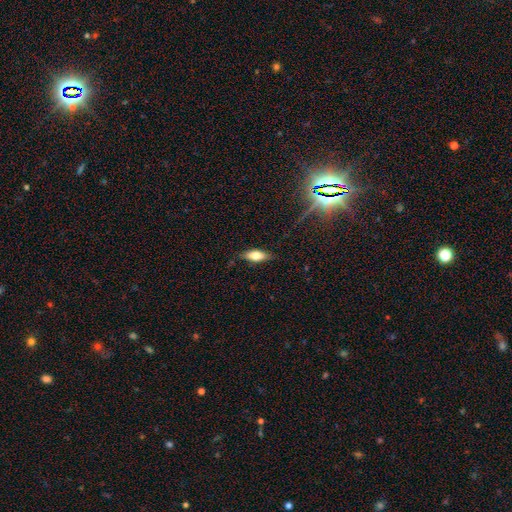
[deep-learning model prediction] Smooth or featured?
  - smooth: 65% *
  - featured or disk: 27%
  - star or artifact: 8%
How rounded?
  - in between: 74% *
  - cigar-shaped: 22%
  - round: 3%
Merging?
  - none: 82% *
  - minor disturbance: 14%
  - major disturbance: 3%
  - merger: 1%